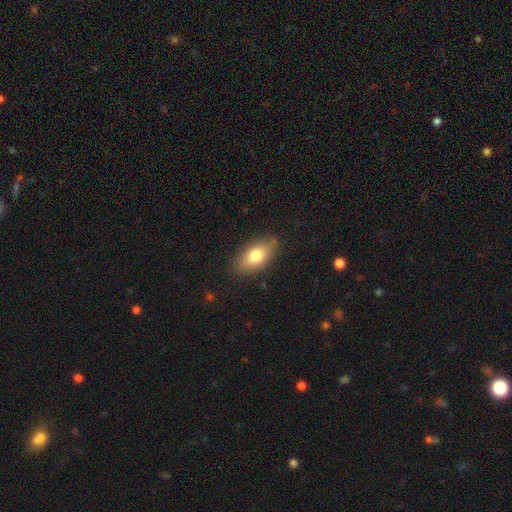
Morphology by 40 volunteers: smooth_or_featured: smooth (p=0.80) [alt: featured or disk p=0.12]
how_rounded: in between (p=0.94) [alt: round p=0.03]
merging: none (p=0.86) [alt: minor disturbance p=0.14]